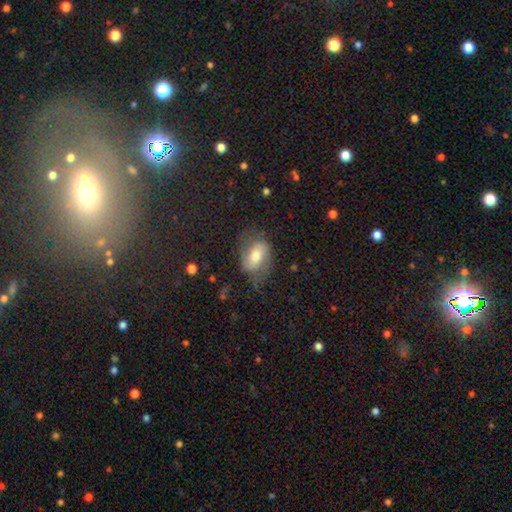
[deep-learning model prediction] A featured or disk galaxy (47%).

Vote fractions:
- Smooth or featured? featured or disk: 47% / smooth: 43% / star or artifact: 10%
- Merging? none: 58% / minor disturbance: 24% / major disturbance: 16% / merger: 2%